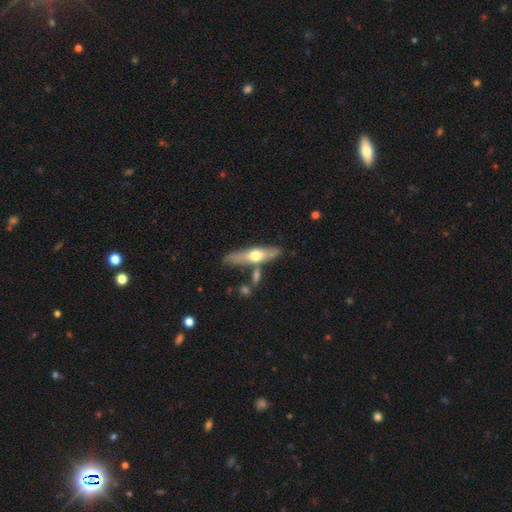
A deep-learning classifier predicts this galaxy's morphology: smooth-or-featured: featured or disk: 51% | smooth: 44% | star or artifact: 5%
  disk-edge-on: yes: 81% | no: 19%
  merging: none: 66% | minor disturbance: 16% | merger: 14% | major disturbance: 5%